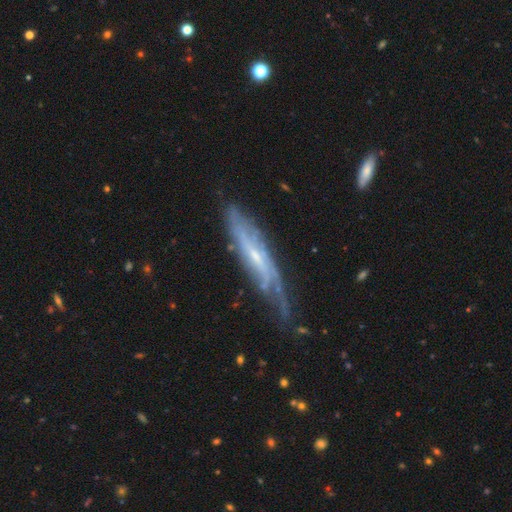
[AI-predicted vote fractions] Smooth or featured? featured or disk (77%)
Edge-on disk? no (51%)
Merging? none (55%)